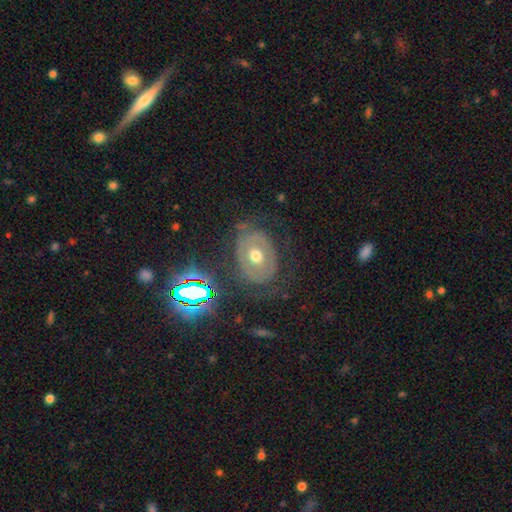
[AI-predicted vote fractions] Morphology: type=featured or disk (60%); edge-on=no (94%); bar=no (79%); spiral arms=no (63%); bulge=moderate (75%); merging=none (68%).